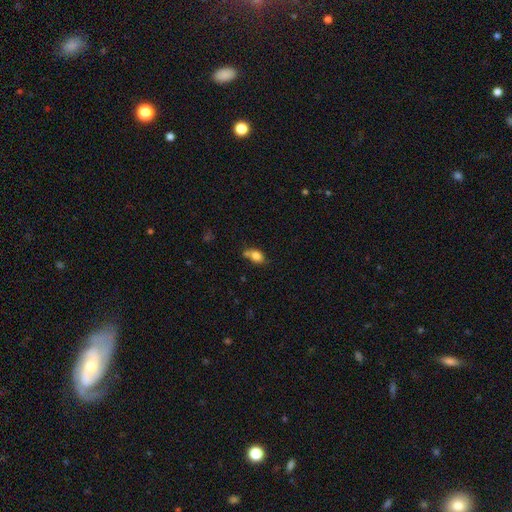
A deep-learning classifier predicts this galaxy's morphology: Smooth or featured? Predicted: smooth (p=0.82). How rounded? Predicted: in between (p=0.73). Merging? Predicted: none (p=0.53).